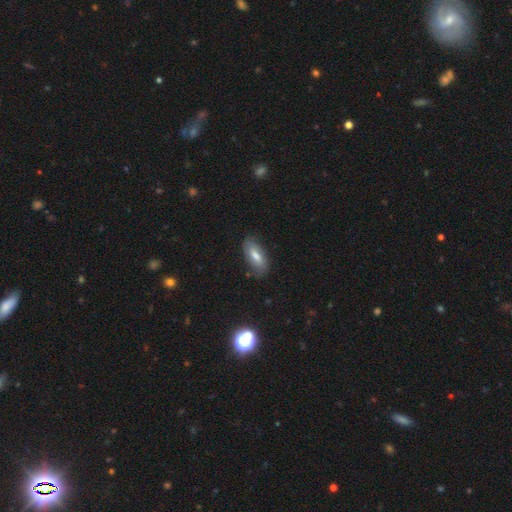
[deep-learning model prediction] This is likely a smooth galaxy (65%). How rounded: clearly in between (81%). Merging: likely none (77%).